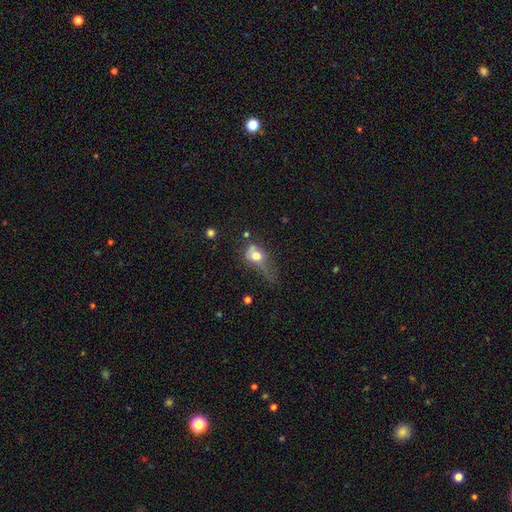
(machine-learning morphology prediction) A smooth galaxy with no disk features (68%) that is in between round and cigar-shaped (53%). Merging: major disturbance (48%).